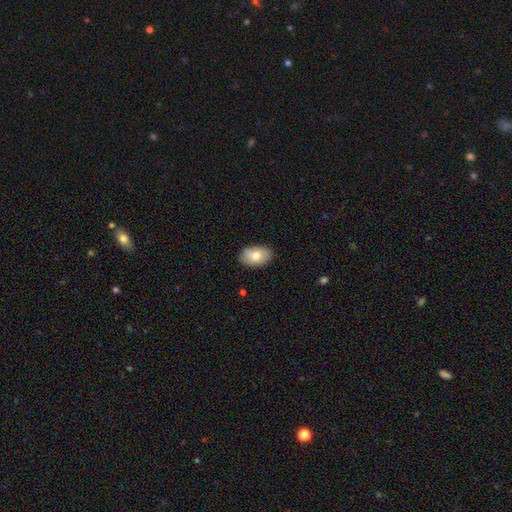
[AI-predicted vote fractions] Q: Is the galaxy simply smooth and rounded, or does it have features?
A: smooth — 76%.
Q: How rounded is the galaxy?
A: in between — 87%.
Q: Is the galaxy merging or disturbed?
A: none — 83%.